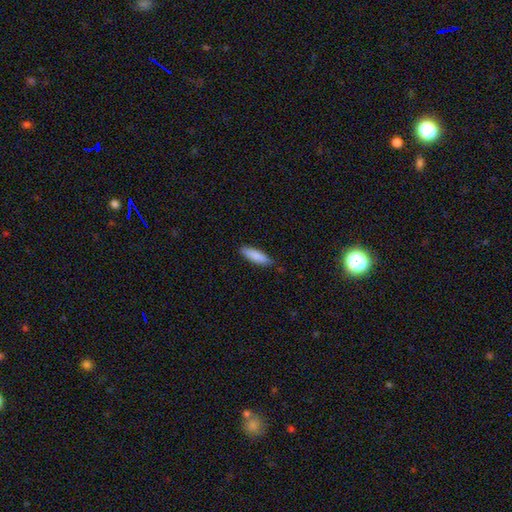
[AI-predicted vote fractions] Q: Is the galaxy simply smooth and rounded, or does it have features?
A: smooth — 87%.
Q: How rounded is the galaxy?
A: cigar-shaped — 56%.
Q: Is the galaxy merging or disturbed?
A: none — 83%.